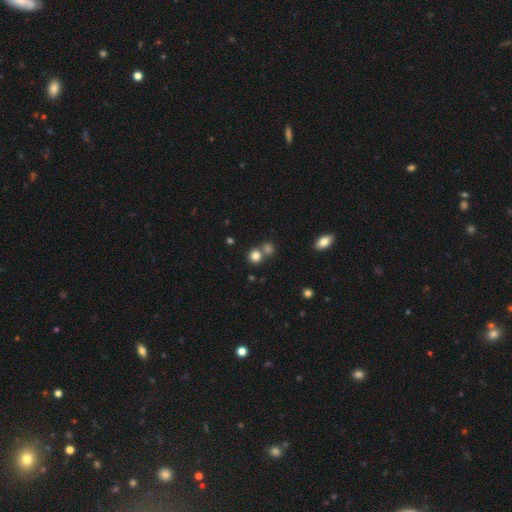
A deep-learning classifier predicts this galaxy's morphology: type=smooth (81%); roundness=round (87%); merging=none (60%).